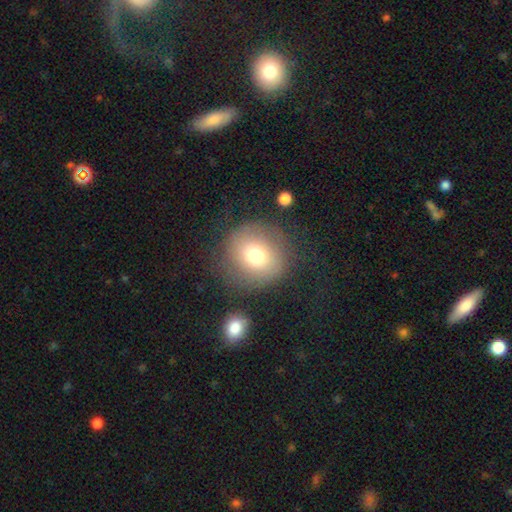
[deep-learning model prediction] Smooth or featured: smooth — 72% (featured or disk — 18%)
How rounded: round — 88% (in between — 11%)
Merging: none — 73% (minor disturbance — 15%)